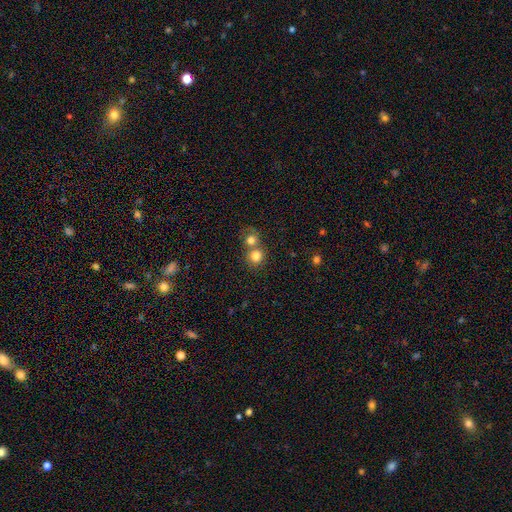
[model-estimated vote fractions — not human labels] A smooth galaxy with no disk features (80%) that is round (87%).

Vote fractions:
- Smooth or featured? smooth: 80% / star or artifact: 11% / featured or disk: 9%
- How rounded? round: 87% / in between: 12% / cigar-shaped: 1%
- Merging? merger: 49% / none: 44% / minor disturbance: 5% / major disturbance: 3%